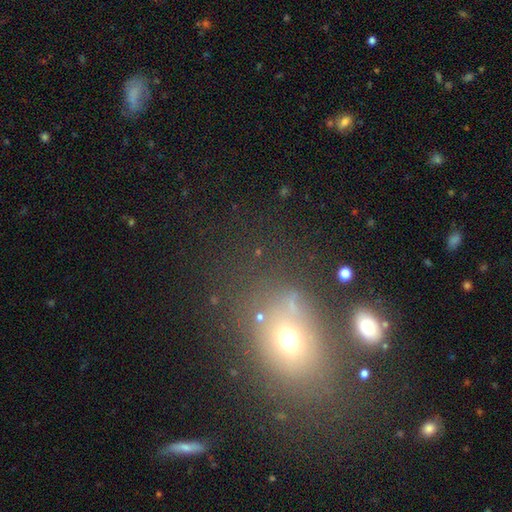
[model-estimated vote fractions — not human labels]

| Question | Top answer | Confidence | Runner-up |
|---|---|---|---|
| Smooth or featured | smooth | 51% | star or artifact (28%) |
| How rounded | in between | 58% | round (40%) |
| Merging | none | 62% | minor disturbance (16%) |